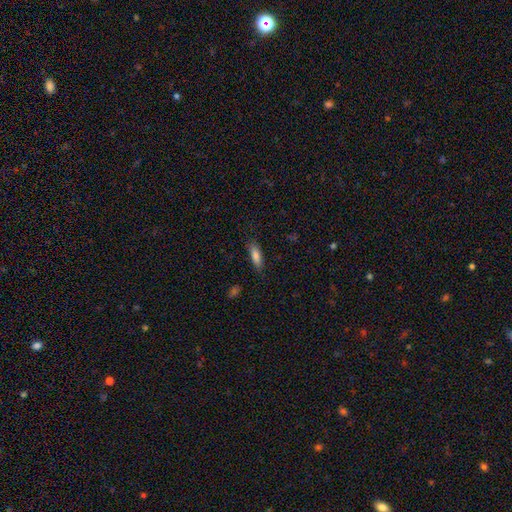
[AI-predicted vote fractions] Smooth or featured: smooth — 81% (featured or disk — 11%)
How rounded: in between — 52% (cigar-shaped — 46%)
Merging: none — 81% (minor disturbance — 14%)